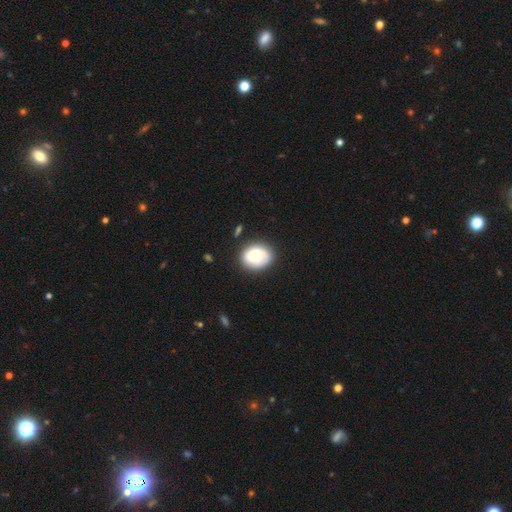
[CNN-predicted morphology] This appears to be a smooth galaxy with no disk features (65%) that is in between round and cigar-shaped (50%). Merging: none (81%).